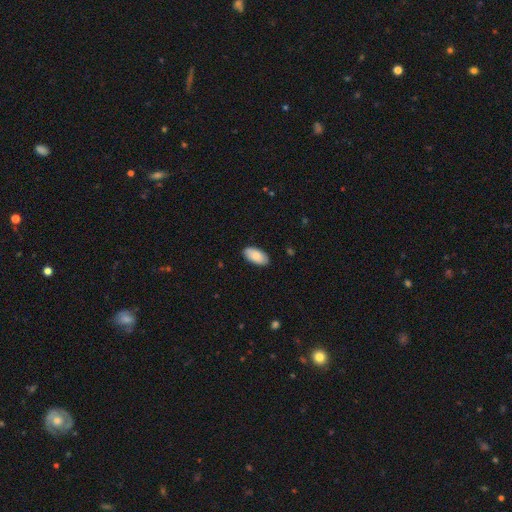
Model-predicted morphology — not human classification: smooth_or_featured: smooth (p=0.85) [alt: featured or disk p=0.09]
how_rounded: in between (p=0.95) [alt: cigar-shaped p=0.03]
merging: none (p=0.88) [alt: minor disturbance p=0.09]